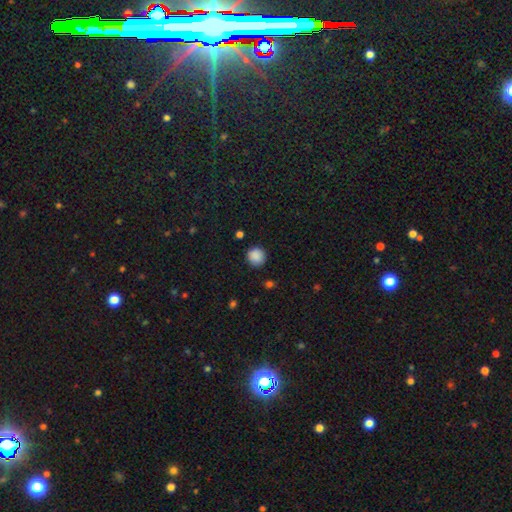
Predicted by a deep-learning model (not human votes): Smooth or featured: smooth — 88% (star or artifact — 9%)
How rounded: round — 93% (in between — 6%)
Merging: none — 88% (minor disturbance — 8%)